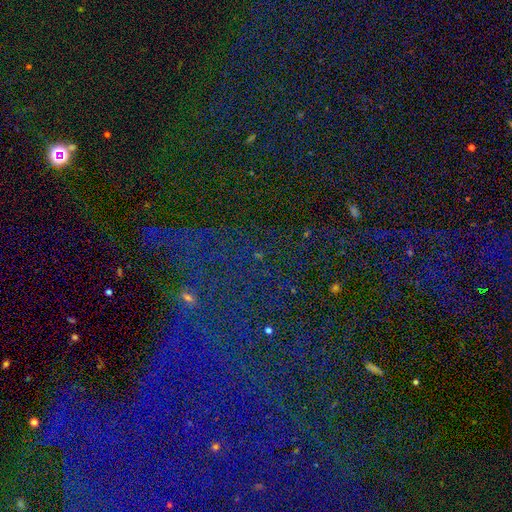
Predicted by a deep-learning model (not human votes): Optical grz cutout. It shows a star or artifact, not a galaxy (82%).